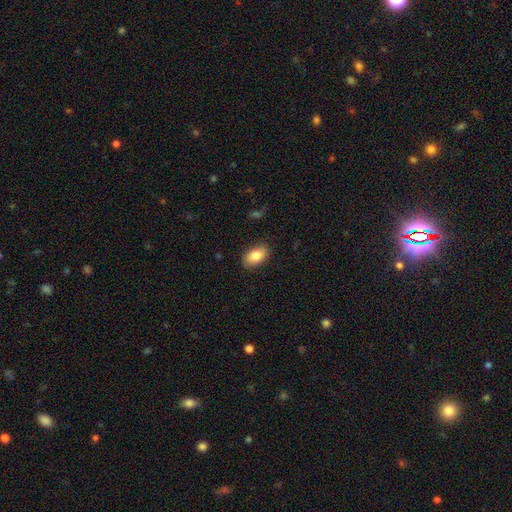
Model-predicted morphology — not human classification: The model was most divided on "smooth or featured": smooth: 84%, featured or disk: 9%, star or artifact: 7%. More confident: how rounded — in between (92%); merging — none (87%).